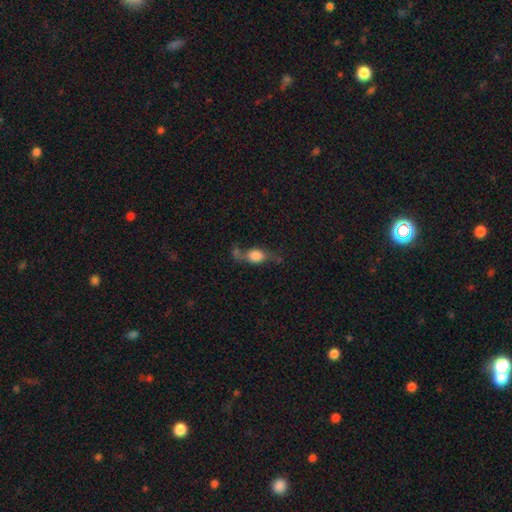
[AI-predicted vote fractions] Smooth or featured: smooth — 65% (featured or disk — 25%)
How rounded: in between — 56% (round — 36%)
Merging: none — 39% (minor disturbance — 22%)